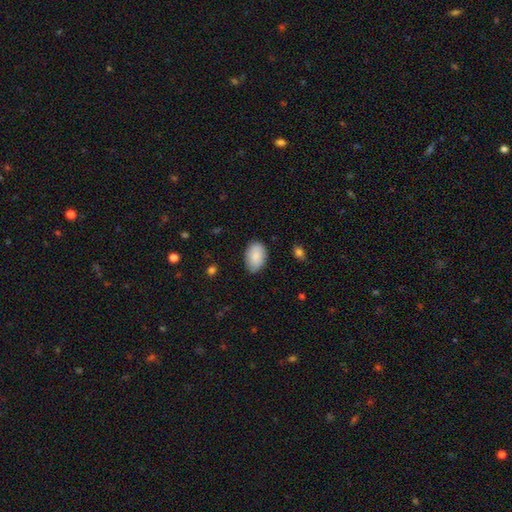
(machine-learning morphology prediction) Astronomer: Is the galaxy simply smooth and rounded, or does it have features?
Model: smooth — 88%.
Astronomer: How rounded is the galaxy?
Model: in between — 90%.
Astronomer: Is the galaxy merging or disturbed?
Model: none — 77%.